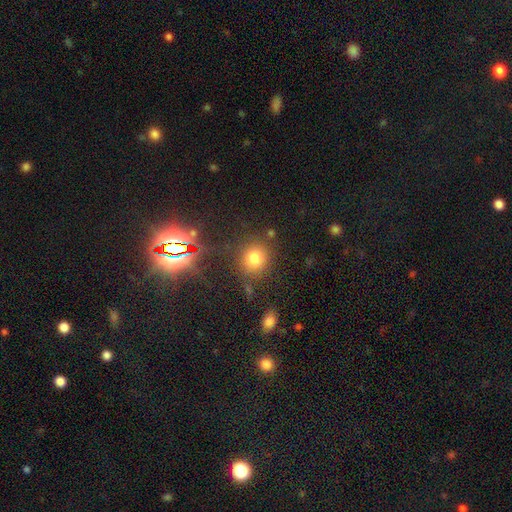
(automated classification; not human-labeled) smooth-or-featured: smooth: 69% | star or artifact: 23% | featured or disk: 7%
  how-rounded: round: 82% | in between: 17% | cigar-shaped: 1%
  merging: none: 81% | minor disturbance: 10% | merger: 5% | major disturbance: 4%